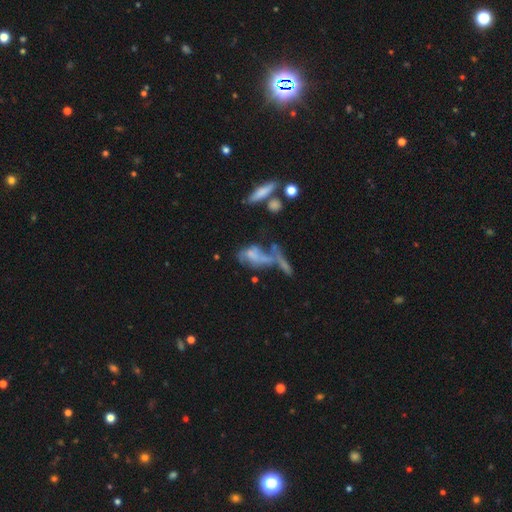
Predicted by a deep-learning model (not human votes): Smooth or featured? featured or disk (48%)
Merging? merger (39%)